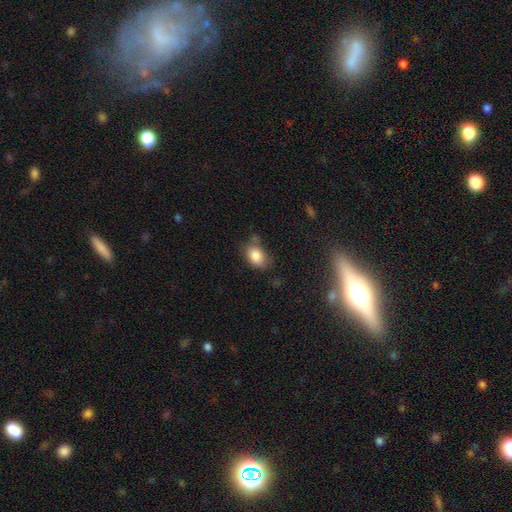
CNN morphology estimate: A smooth galaxy with no disk features (84%) that is in between round and cigar-shaped (77%).

Vote fractions:
- Smooth or featured? smooth: 84% / star or artifact: 9% / featured or disk: 7%
- How rounded? in between: 77% / round: 22% / cigar-shaped: 1%
- Merging? none: 57% / minor disturbance: 28% / major disturbance: 8% / merger: 6%